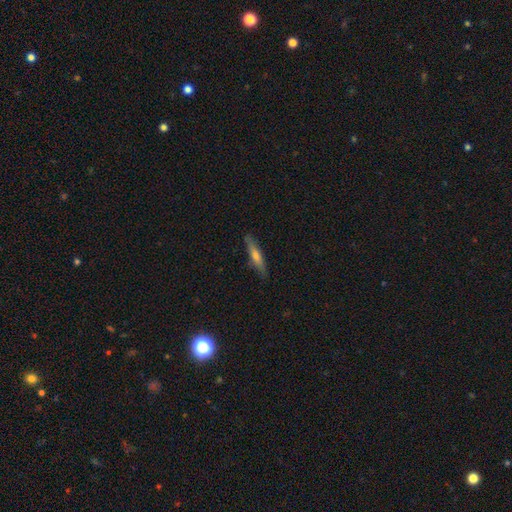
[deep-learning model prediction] The model was most divided on "smooth or featured": smooth: 50%, featured or disk: 43%, star or artifact: 7%. More confident: merging — none (86%).